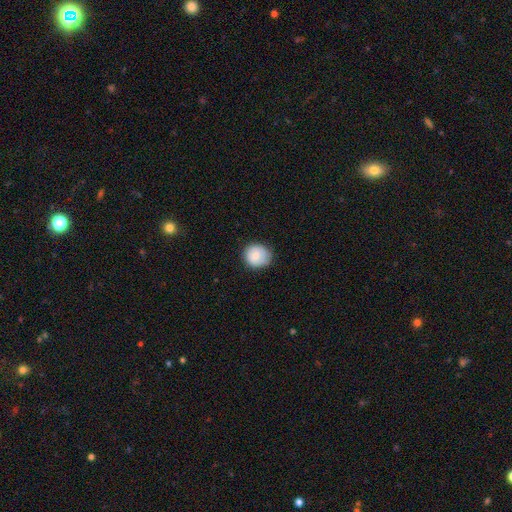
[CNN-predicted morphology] A smooth galaxy with no disk features (83%) that is round (86%). Merging: none (78%).